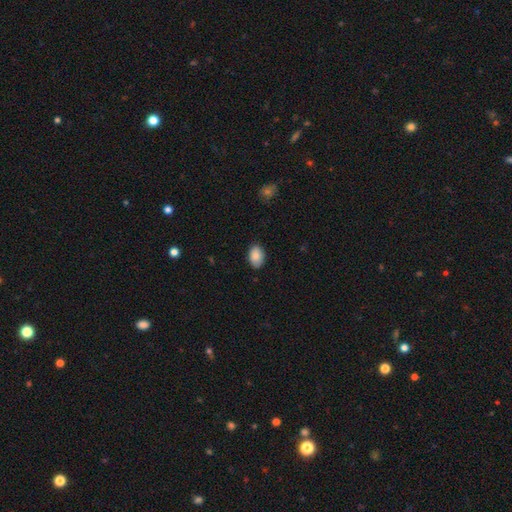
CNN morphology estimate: A smooth galaxy with no disk features (87%) that is in between round and cigar-shaped (87%).

Vote fractions:
- Smooth or featured? smooth: 87% / star or artifact: 7% / featured or disk: 6%
- How rounded? in between: 87% / round: 11% / cigar-shaped: 1%
- Merging? none: 86% / minor disturbance: 11% / major disturbance: 2% / merger: 1%